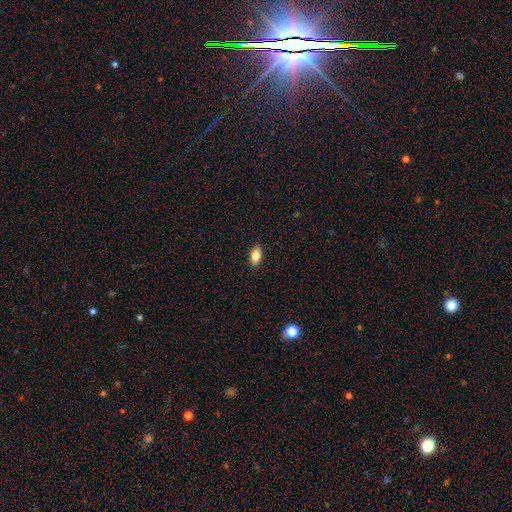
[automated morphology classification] Overall: smooth (82%). How rounded: in between (90%). Merging: none (89%).